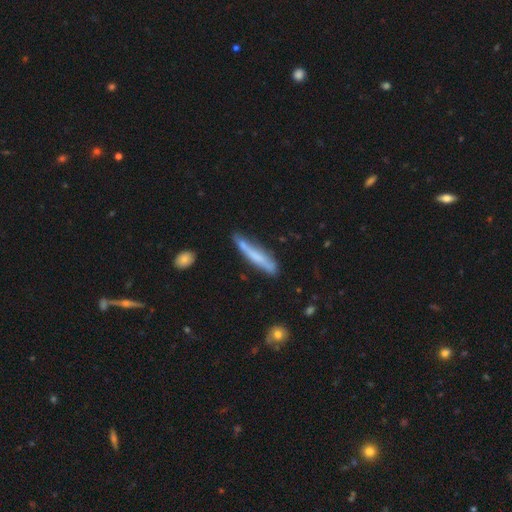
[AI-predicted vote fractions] This appears to be a smooth galaxy with no disk features (54%) that is cigar-shaped (92%). Merging: none (64%).